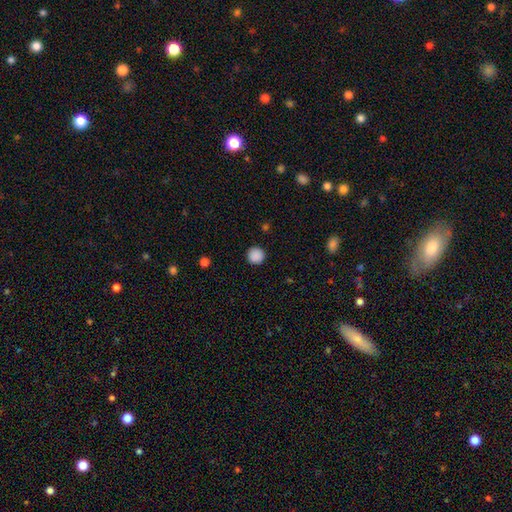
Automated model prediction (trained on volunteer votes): This is clearly a smooth galaxy (88%). How rounded: clearly round (95%). Merging: clearly none (92%).